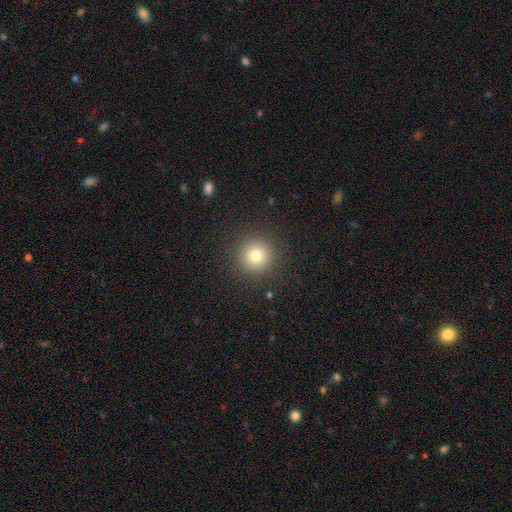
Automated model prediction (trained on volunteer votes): A smooth galaxy with no disk features (79%) that is round (95%).

Vote fractions:
- Smooth or featured? smooth: 79% / star or artifact: 13% / featured or disk: 8%
- How rounded? round: 95% / in between: 4% / cigar-shaped: 1%
- Merging? none: 91% / minor disturbance: 6% / major disturbance: 3% / merger: 1%